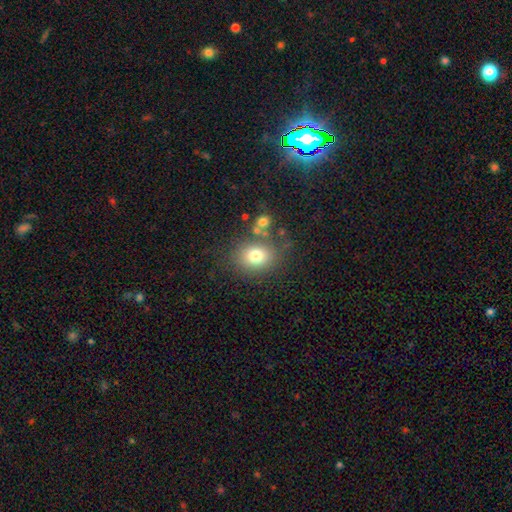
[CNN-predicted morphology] This is likely a smooth galaxy (77%). How rounded: possibly round (55%). Merging: likely none (73%).